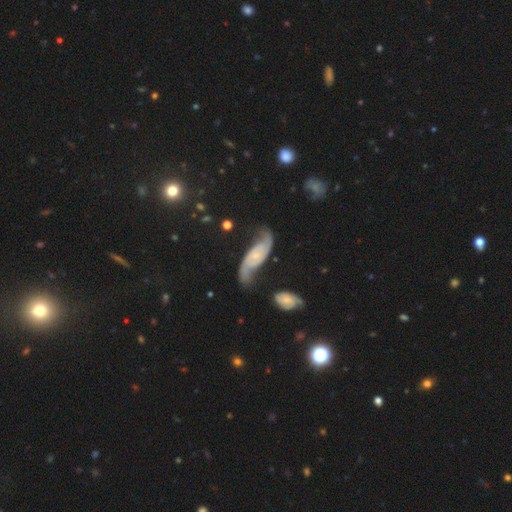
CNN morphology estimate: A featured or disk galaxy (83%) with no bar (57%), 2 (92%) loose (44%) spiral arms (96%) and a small central bulge (71%).

Vote fractions:
- Smooth or featured? featured or disk: 83% / smooth: 11% / star or artifact: 6%
- Edge-on disk? no: 93% / yes: 7%
- Bar? no: 57% / weak: 32% / strong: 11%
- Spiral arms? yes: 96% / no: 4%
- Spiral winding? loose: 44% / medium: 39% / tight: 17%
- Spiral arm count? 2: 92% / can't tell: 4% / 1: 1% / 3: 1% / 4: 1% / more than 4: 1%
- Bulge size? small: 71% / moderate: 14% / none: 11% / large: 2% / dominant: 1%
- Merging? none: 63% / minor disturbance: 21% / major disturbance: 10% / merger: 6%